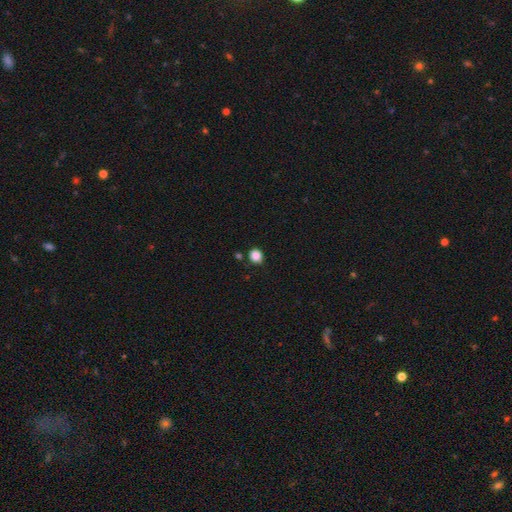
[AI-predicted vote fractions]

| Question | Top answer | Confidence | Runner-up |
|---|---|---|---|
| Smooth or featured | smooth | 86% | star or artifact (11%) |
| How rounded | round | 77% | in between (22%) |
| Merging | none | 83% | minor disturbance (10%) |